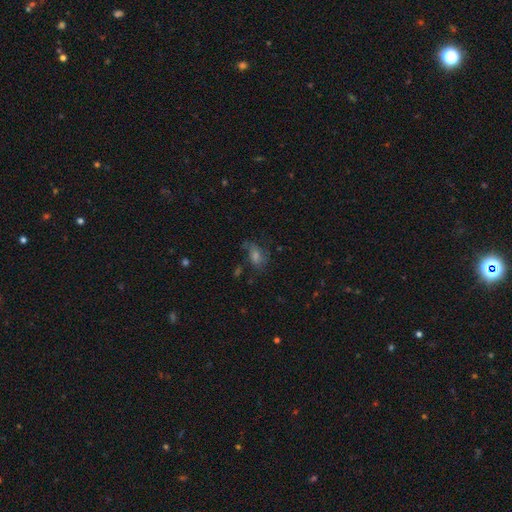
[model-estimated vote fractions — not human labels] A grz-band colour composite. It shows a featured or disk galaxy (40%). Merging: none (54%).